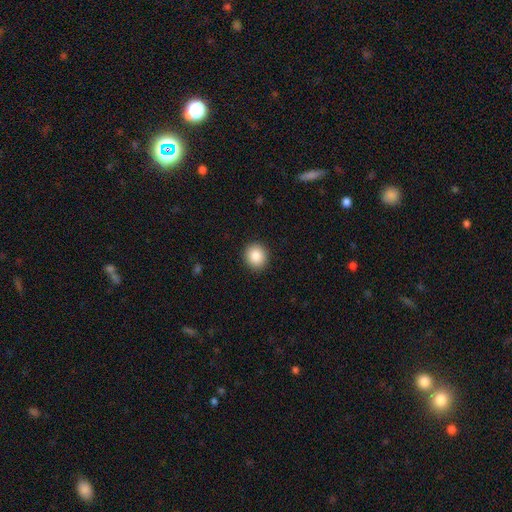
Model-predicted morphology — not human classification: type=smooth (87%); roundness=round (83%); merging=none (91%).